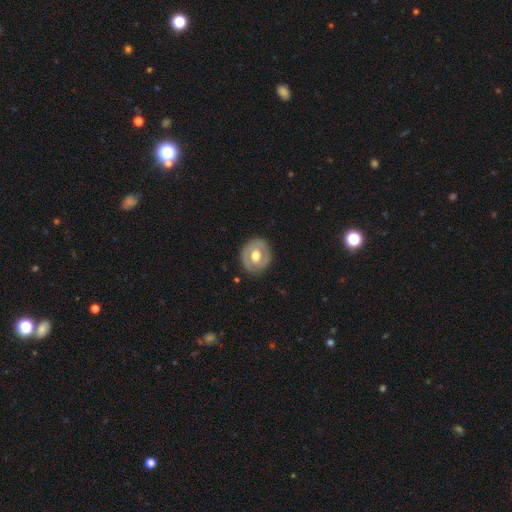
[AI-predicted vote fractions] Smooth or featured?
  - featured or disk: 56% *
  - smooth: 39%
  - star or artifact: 5%
Edge-on disk?
  - no: 95% *
  - yes: 5%
Bar?
  - no: 58% *
  - weak: 32%
  - strong: 10%
Spiral arms?
  - no: 62% *
  - yes: 38%
Bulge size?
  - moderate: 73% *
  - large: 19%
  - small: 6%
  - dominant: 1%
  - none: 1%
Merging?
  - none: 82% *
  - minor disturbance: 13%
  - major disturbance: 4%
  - merger: 1%